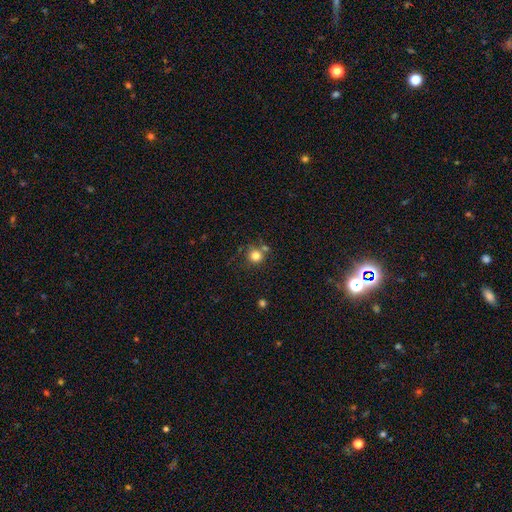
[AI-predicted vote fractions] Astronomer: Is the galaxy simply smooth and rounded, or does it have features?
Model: smooth — 80%.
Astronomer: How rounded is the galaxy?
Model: round — 92%.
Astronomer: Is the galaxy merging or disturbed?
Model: none — 68%.